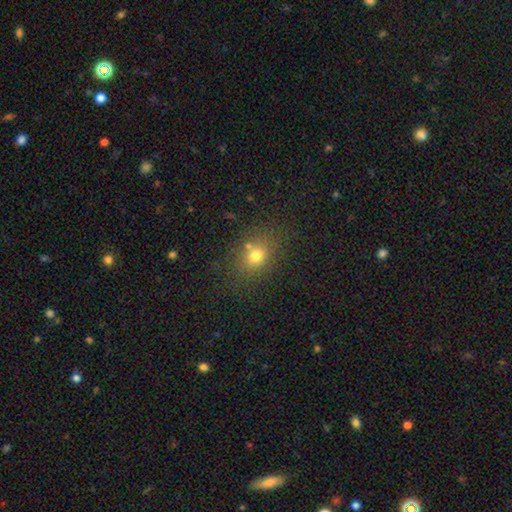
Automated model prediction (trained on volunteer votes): Smooth or featured?
  - smooth: 74% *
  - star or artifact: 16%
  - featured or disk: 10%
How rounded?
  - round: 51% *
  - in between: 47%
  - cigar-shaped: 1%
Merging?
  - none: 75% *
  - minor disturbance: 13%
  - merger: 8%
  - major disturbance: 4%